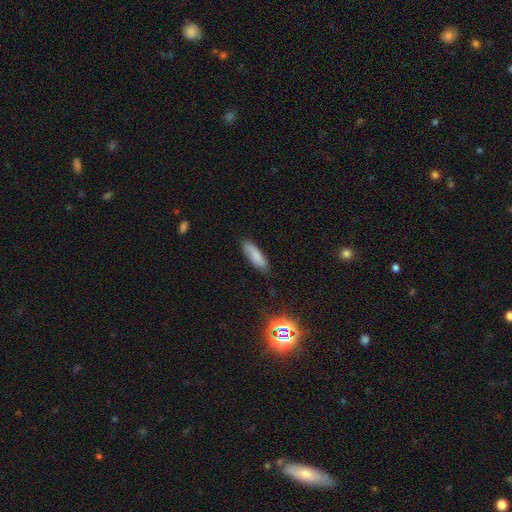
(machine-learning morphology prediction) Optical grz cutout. It shows a smooth galaxy with no disk features (80%) that is cigar-shaped (50%). Merging: none (79%).